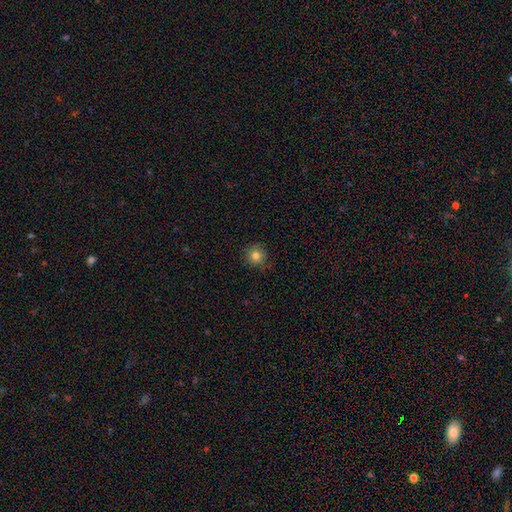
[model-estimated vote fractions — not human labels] This appears to be a smooth galaxy with no disk features (80%) that is round (93%). Merging: none (82%).